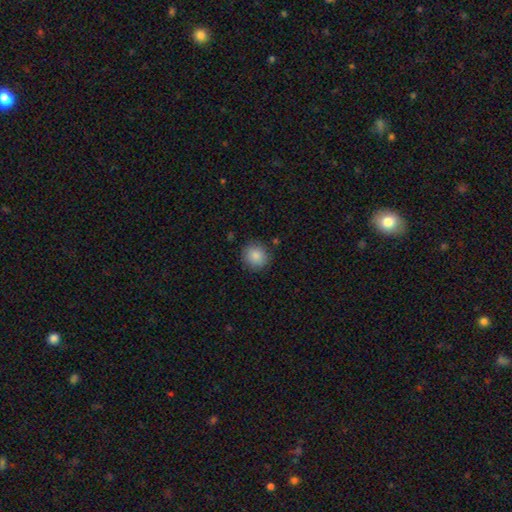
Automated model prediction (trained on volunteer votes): A smooth galaxy with no disk features (86%) that is round (90%). Merging: none (87%).